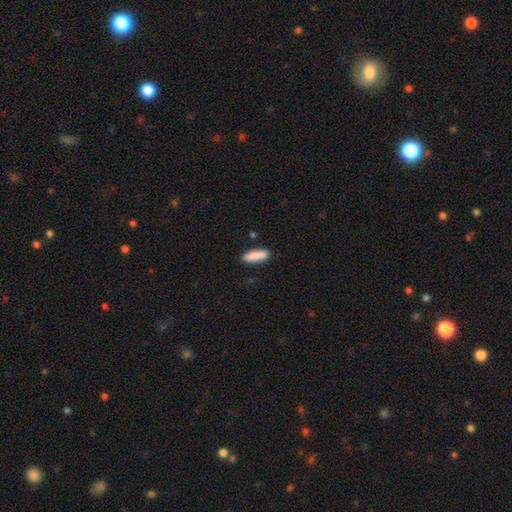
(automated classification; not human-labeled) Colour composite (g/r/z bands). It shows a smooth galaxy with no disk features (88%) that is cigar-shaped (53%). Merging: none (84%).